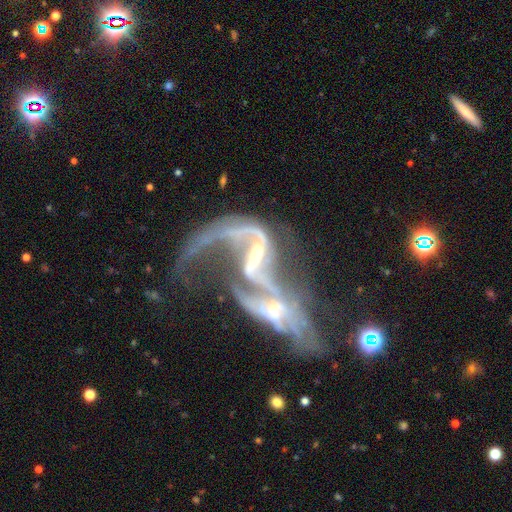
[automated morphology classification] Smooth or featured? Predicted: featured or disk (p=0.85). Edge-on disk? Predicted: no (p=0.94). Bar? Predicted: strong (p=0.37). Spiral arms? Predicted: yes (p=0.87). Spiral winding? Predicted: loose (p=0.72). Spiral arm count? Predicted: 2 (p=0.60). Bulge size? Predicted: small (p=0.45). Merging? Predicted: merger (p=0.74).